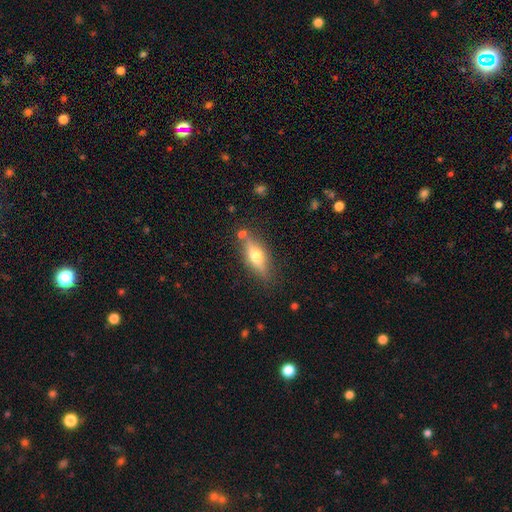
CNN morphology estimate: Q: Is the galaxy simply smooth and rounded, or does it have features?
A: smooth — 51%.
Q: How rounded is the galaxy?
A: in between — 58%.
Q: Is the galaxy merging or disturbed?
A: none — 75%.